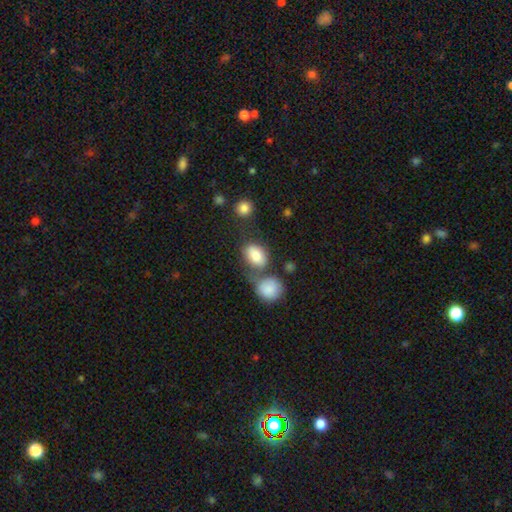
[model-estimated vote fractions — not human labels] A smooth galaxy with no disk features (83%) that is in between round and cigar-shaped (77%).

Vote fractions:
- Smooth or featured? smooth: 83% / featured or disk: 9% / star or artifact: 8%
- How rounded? in between: 77% / round: 21% / cigar-shaped: 1%
- Merging? none: 52% / merger: 26% / minor disturbance: 15% / major disturbance: 7%